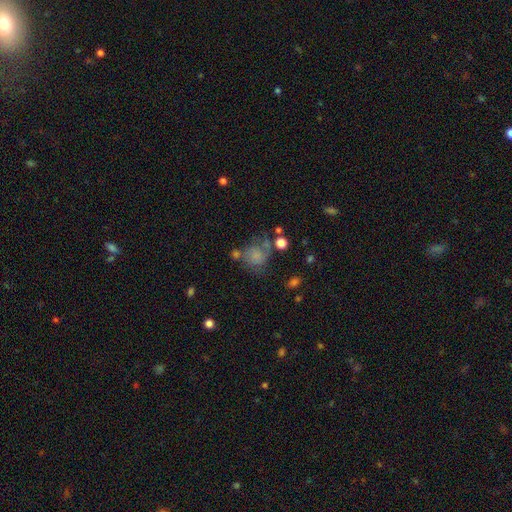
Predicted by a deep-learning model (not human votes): A smooth galaxy with no disk features (65%) that is round (72%).

Vote fractions:
- Smooth or featured? smooth: 65% / featured or disk: 22% / star or artifact: 13%
- How rounded? round: 72% / in between: 27% / cigar-shaped: 1%
- Merging? none: 43% / minor disturbance: 23% / major disturbance: 21% / merger: 14%